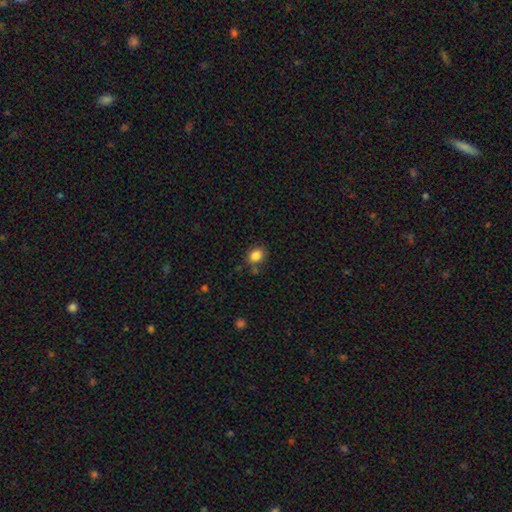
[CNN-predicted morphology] Overall: smooth (85%). How rounded: round (58%; in between 42%). Merging: none (73%).